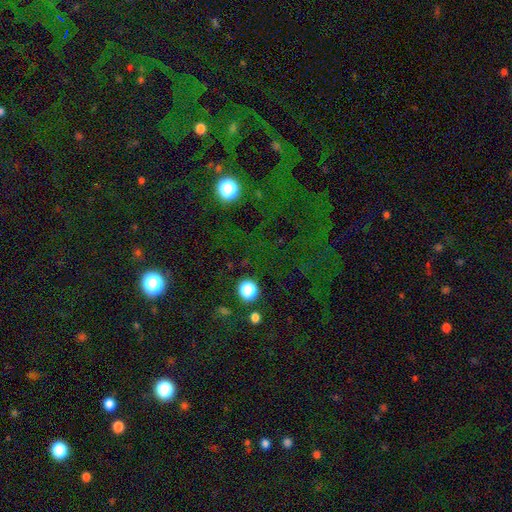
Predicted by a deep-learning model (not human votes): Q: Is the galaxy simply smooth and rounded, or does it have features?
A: star or artifact — 74%.